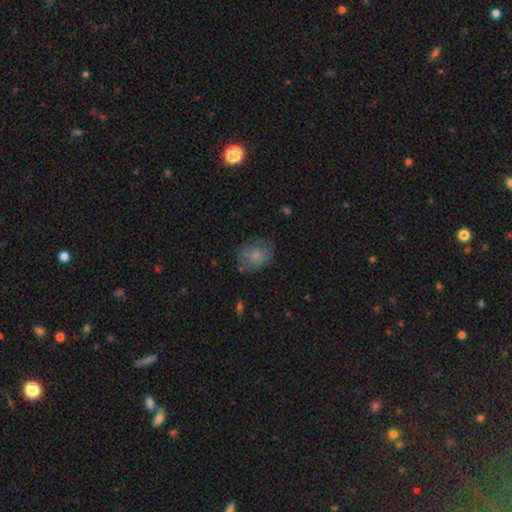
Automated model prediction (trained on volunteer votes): smooth_or_featured: smooth (p=0.73) [alt: featured or disk p=0.18]
how_rounded: round (p=0.56) [alt: in between p=0.43]
merging: none (p=0.67) [alt: minor disturbance p=0.23]